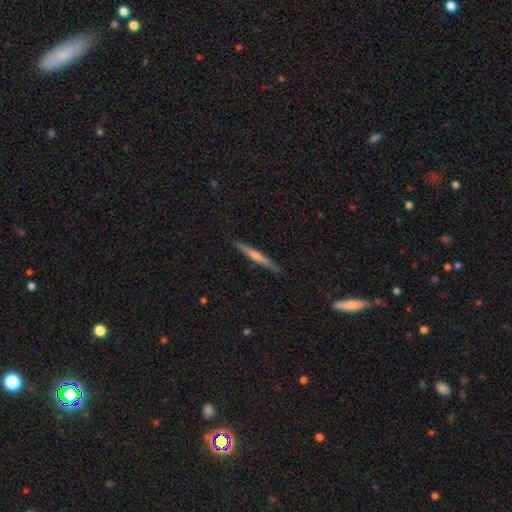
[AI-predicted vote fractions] Overall: featured or disk (52%; smooth 42%). Edge-on disk: yes (97%). Edge-on bulge: none (51%; rounded 38%). Merging: none (90%).